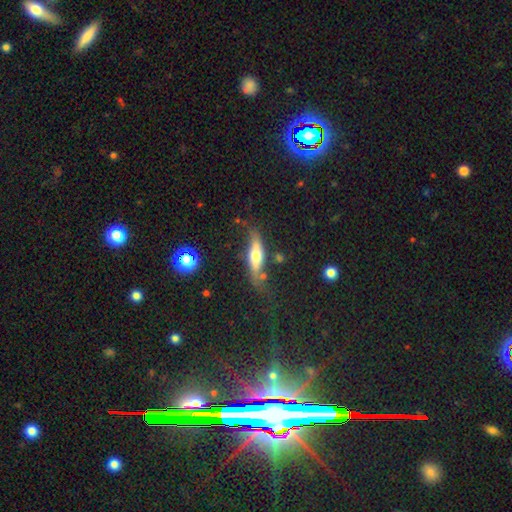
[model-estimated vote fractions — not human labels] This appears to be a smooth galaxy with no disk features (47%). Merging: none (61%).